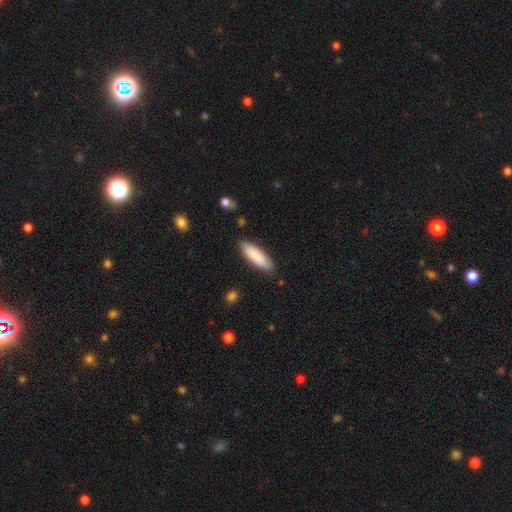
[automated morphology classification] Smooth or featured? smooth (87%)
How rounded? in between (56%)
Merging? none (85%)